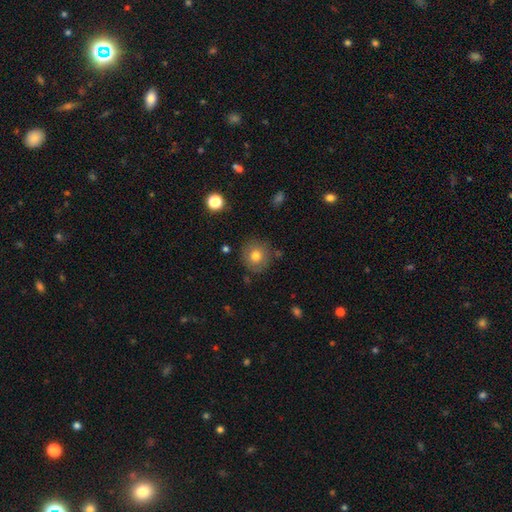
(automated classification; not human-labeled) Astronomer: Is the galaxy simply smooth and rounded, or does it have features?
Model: smooth — 76%.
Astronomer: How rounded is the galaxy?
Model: round — 91%.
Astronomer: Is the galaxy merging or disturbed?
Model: none — 83%.